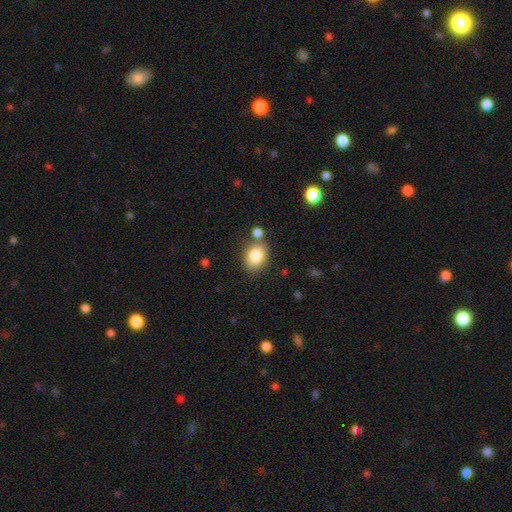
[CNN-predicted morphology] Q: Smooth or featured?
A: smooth (83%); runner-up: star or artifact (9%)
Q: How rounded?
A: in between (64%); runner-up: round (35%)
Q: Merging?
A: none (72%); runner-up: minor disturbance (13%)